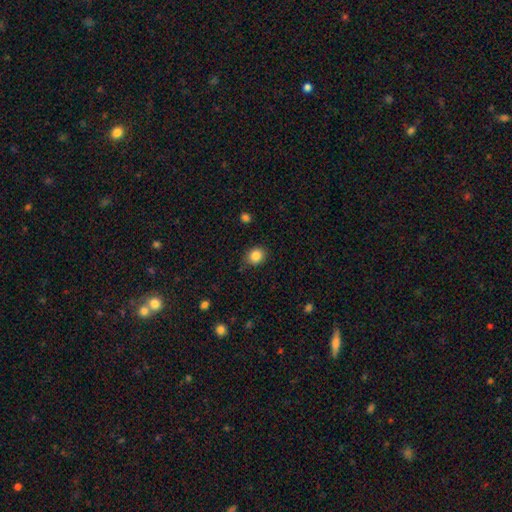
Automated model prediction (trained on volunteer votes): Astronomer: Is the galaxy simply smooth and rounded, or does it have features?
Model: smooth — 86%.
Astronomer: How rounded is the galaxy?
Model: round — 71%.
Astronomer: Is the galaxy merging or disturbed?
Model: none — 83%.